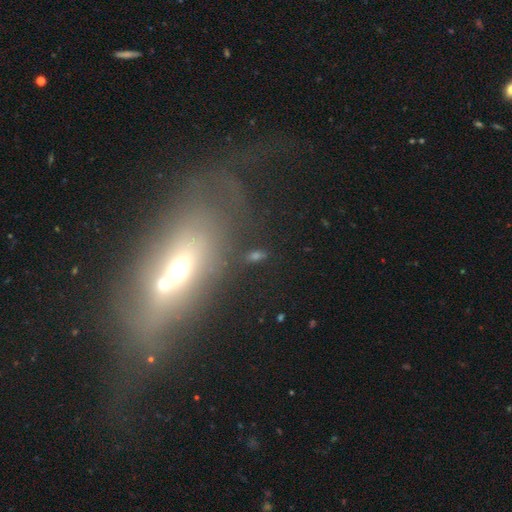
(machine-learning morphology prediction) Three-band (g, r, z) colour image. It shows a smooth galaxy with no disk features (43%). Merging: merger (36%).